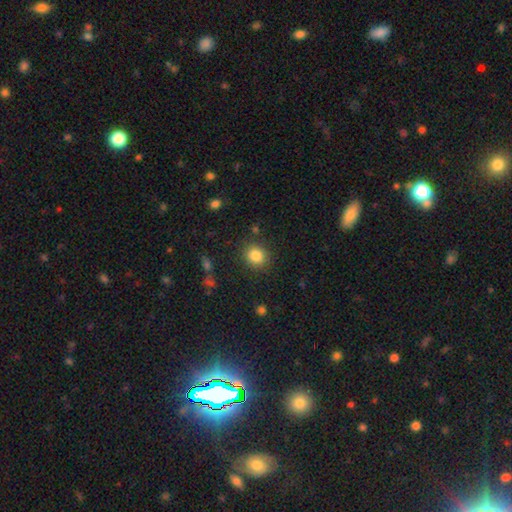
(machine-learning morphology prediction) Smooth or featured: smooth — 84% (star or artifact — 10%)
How rounded: round — 81% (in between — 18%)
Merging: none — 86% (minor disturbance — 9%)